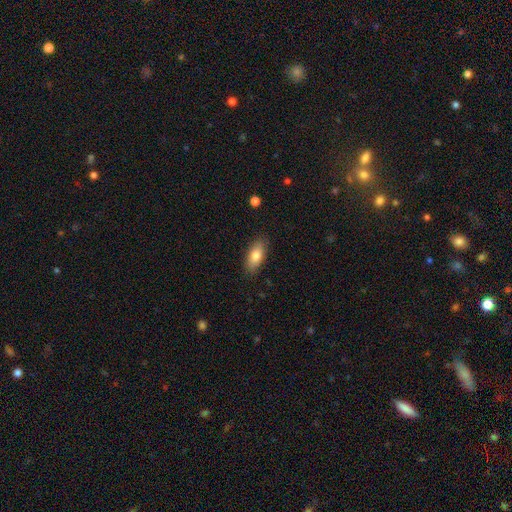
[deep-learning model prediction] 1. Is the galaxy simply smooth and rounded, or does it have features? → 78% smooth, 15% featured or disk, 7% star or artifact.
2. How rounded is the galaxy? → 85% in between, 12% cigar-shaped, 4% round.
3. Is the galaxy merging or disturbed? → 85% none, 11% minor disturbance, 2% major disturbance, 1% merger.